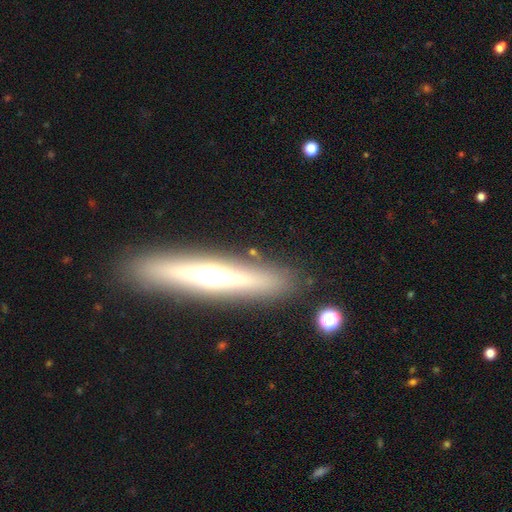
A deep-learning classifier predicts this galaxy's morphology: This is likely a featured or disk galaxy (64%). It is clearly viewed edge-on (93%). Edge-on bulge: clearly rounded (86%). Merging: clearly none (87%).